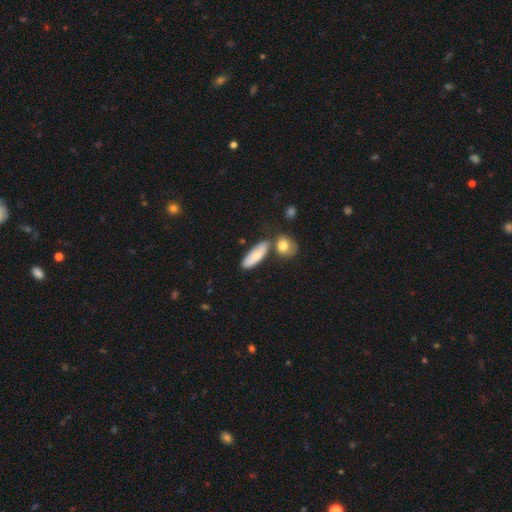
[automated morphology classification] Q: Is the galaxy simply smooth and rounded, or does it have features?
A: smooth — 75%.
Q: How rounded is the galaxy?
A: in between — 61%.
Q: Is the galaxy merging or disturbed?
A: none — 63%.